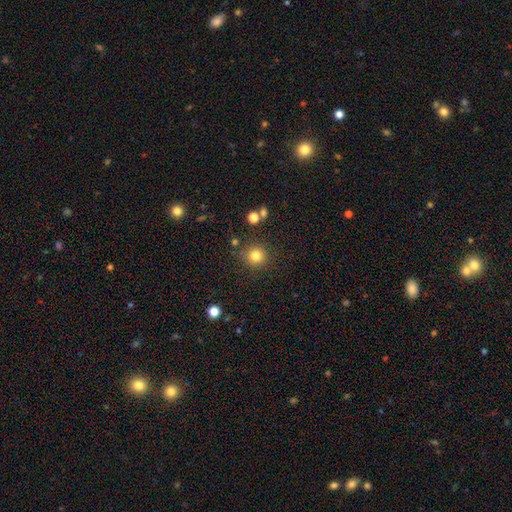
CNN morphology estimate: A smooth galaxy with no disk features (82%) that is round (92%). Merging: none (85%).